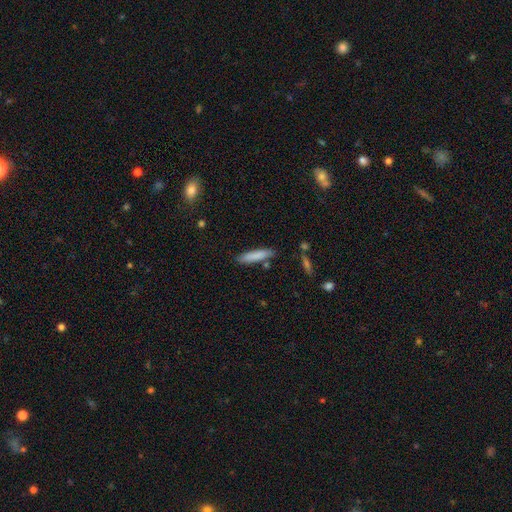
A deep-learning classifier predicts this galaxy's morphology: Smooth or featured? smooth (84%)
How rounded? cigar-shaped (80%)
Merging? none (81%)